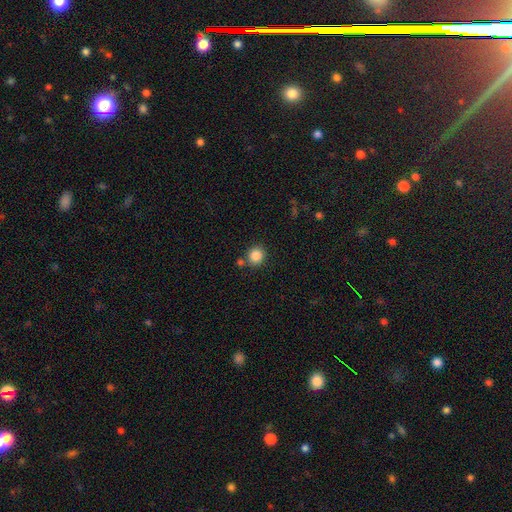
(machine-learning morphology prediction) This is clearly a smooth galaxy (86%). How rounded: clearly round (87%). Merging: likely none (79%).